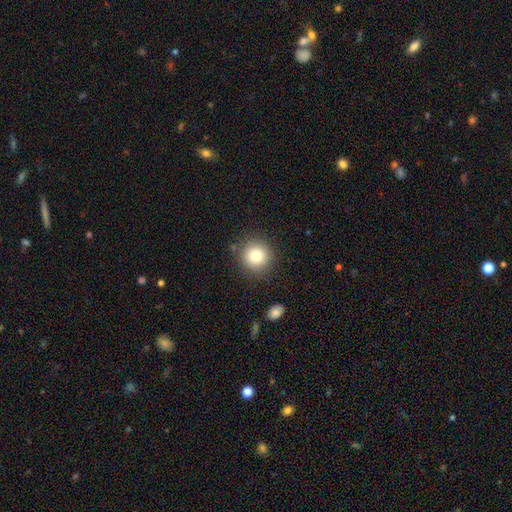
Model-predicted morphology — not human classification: A smooth galaxy with no disk features (83%) that is round (92%).

Vote fractions:
- Smooth or featured? smooth: 83% / star or artifact: 10% / featured or disk: 7%
- How rounded? round: 92% / in between: 7% / cigar-shaped: 1%
- Merging? none: 86% / minor disturbance: 9% / major disturbance: 3% / merger: 2%